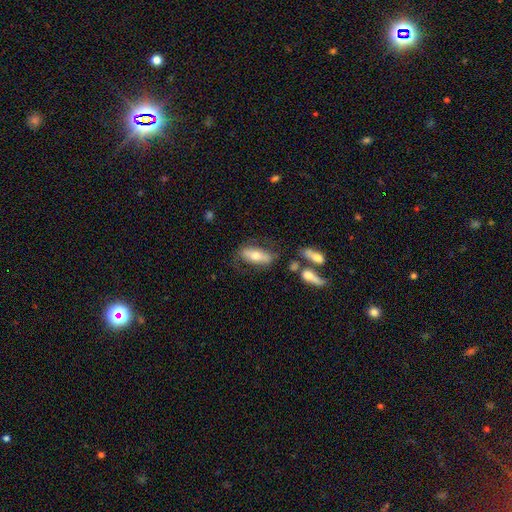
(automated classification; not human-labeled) smooth_or_featured: smooth (p=0.56) [alt: featured or disk p=0.37]
how_rounded: in between (p=0.71) [alt: cigar-shaped p=0.26]
merging: none (p=0.63) [alt: minor disturbance p=0.19]